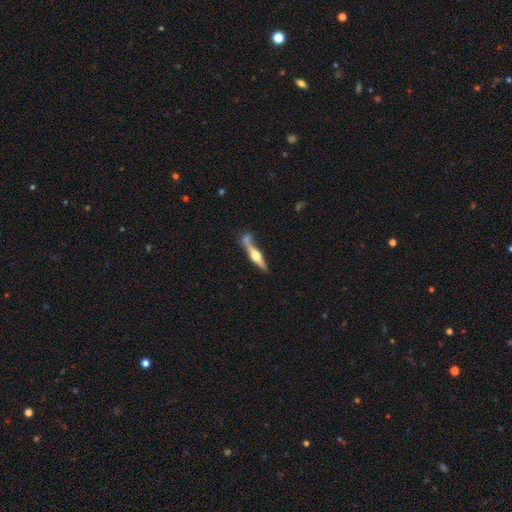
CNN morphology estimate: Smooth or featured? Predicted: featured or disk (p=0.71). Edge-on disk? Predicted: yes (p=0.96). Edge-on bulge? Predicted: rounded (p=0.95). Merging? Predicted: none (p=0.66).